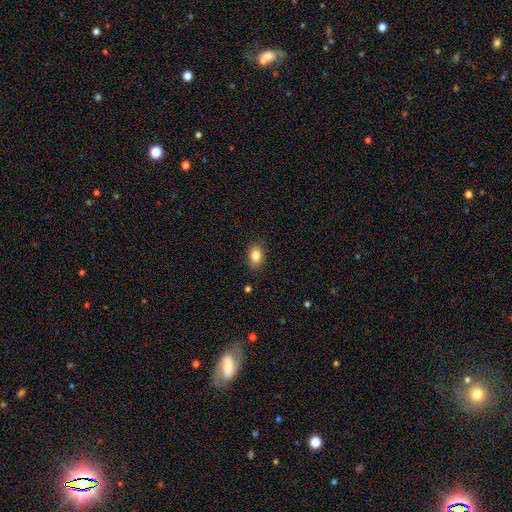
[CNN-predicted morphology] This is clearly a smooth galaxy (84%). How rounded: likely in between (77%). Merging: clearly none (85%).